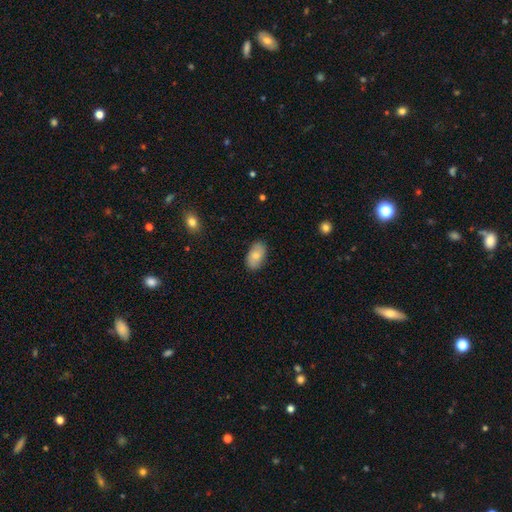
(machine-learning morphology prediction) A smooth galaxy with no disk features (77%) that is in between round and cigar-shaped (93%).

Vote fractions:
- Smooth or featured? smooth: 77% / featured or disk: 16% / star or artifact: 7%
- How rounded? in between: 93% / round: 6% / cigar-shaped: 2%
- Merging? none: 85% / minor disturbance: 12% / major disturbance: 2% / merger: 1%